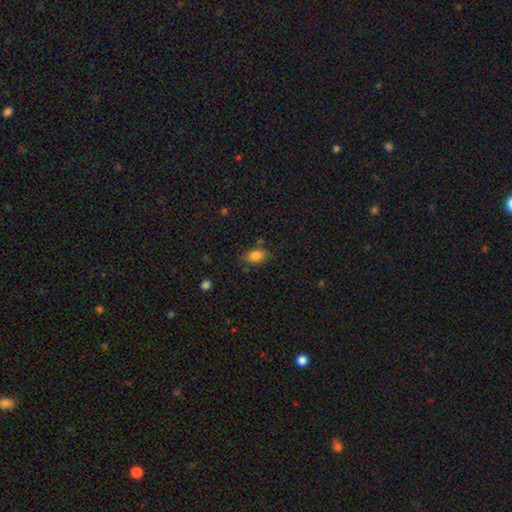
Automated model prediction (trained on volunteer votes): Smooth or featured?
  - smooth: 83% *
  - star or artifact: 9%
  - featured or disk: 8%
How rounded?
  - in between: 85% *
  - round: 13%
  - cigar-shaped: 2%
Merging?
  - none: 75% *
  - minor disturbance: 16%
  - merger: 4%
  - major disturbance: 4%